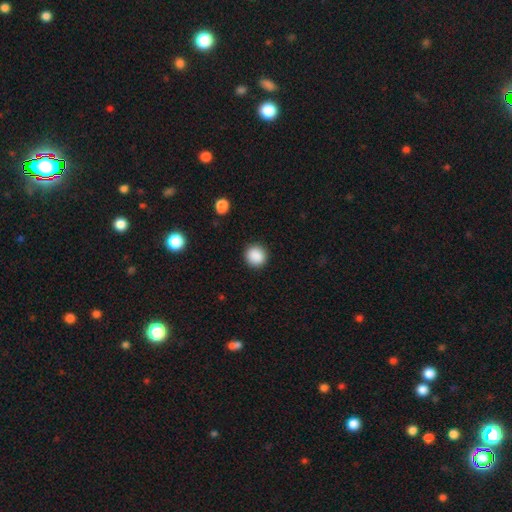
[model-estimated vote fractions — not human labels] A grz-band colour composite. It shows a smooth galaxy with no disk features (89%) that is round (92%). Merging: none (91%).